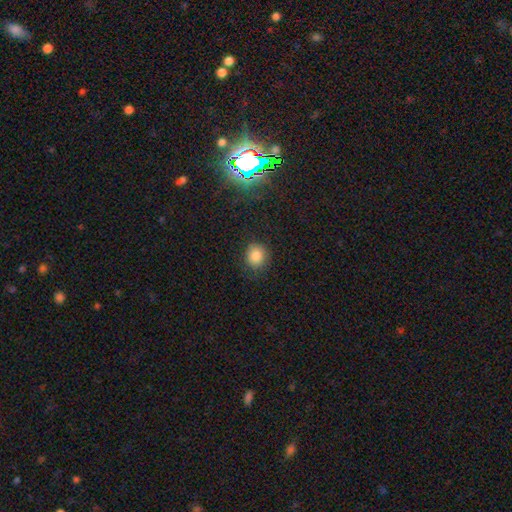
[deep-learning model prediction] Q: Smooth or featured?
A: smooth (83%); runner-up: star or artifact (11%)
Q: How rounded?
A: round (79%); runner-up: in between (20%)
Q: Merging?
A: none (84%); runner-up: minor disturbance (11%)